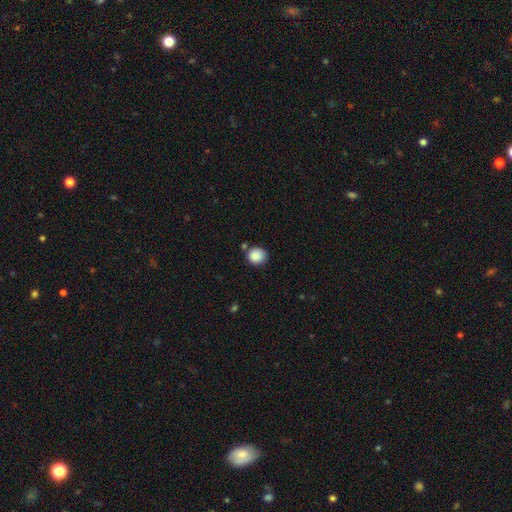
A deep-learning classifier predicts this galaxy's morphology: This is clearly a smooth galaxy (88%). How rounded: clearly round (88%). Merging: likely none (78%).